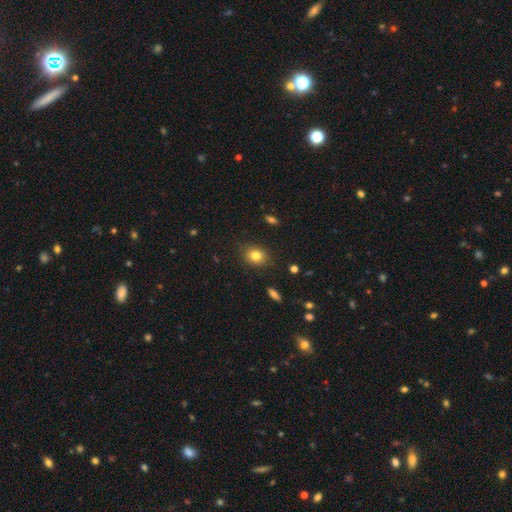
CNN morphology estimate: smooth_or_featured: smooth (p=0.81) [alt: star or artifact p=0.11]
how_rounded: in between (p=0.49) [tied with: round p=0.49]
merging: none (p=0.84) [alt: minor disturbance p=0.11]